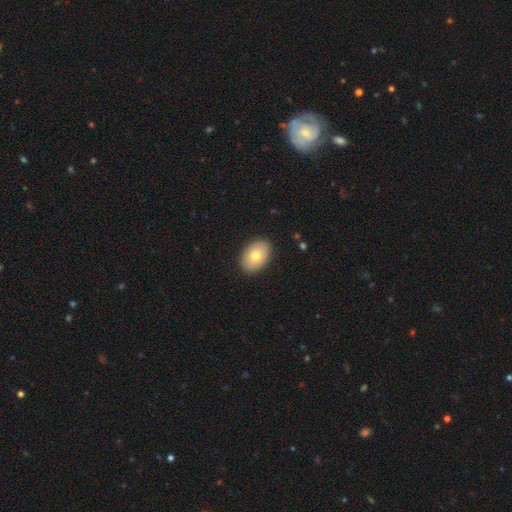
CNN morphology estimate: Q: Smooth or featured?
A: smooth (75%); runner-up: featured or disk (18%)
Q: How rounded?
A: in between (85%); runner-up: round (14%)
Q: Merging?
A: none (89%); runner-up: minor disturbance (8%)